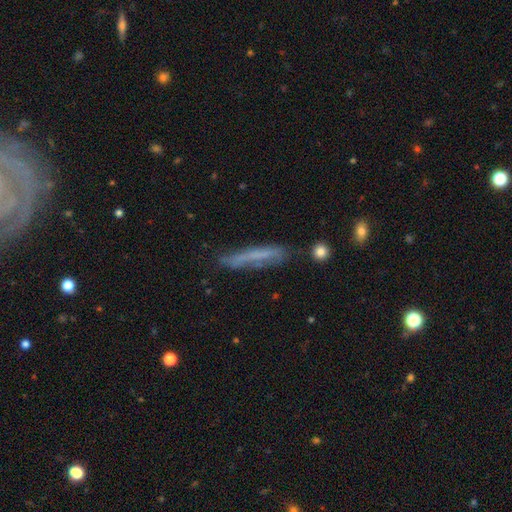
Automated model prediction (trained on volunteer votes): Smooth or featured? Predicted: smooth (p=0.53). How rounded? Predicted: cigar-shaped (p=0.92). Merging? Predicted: none (p=0.70).